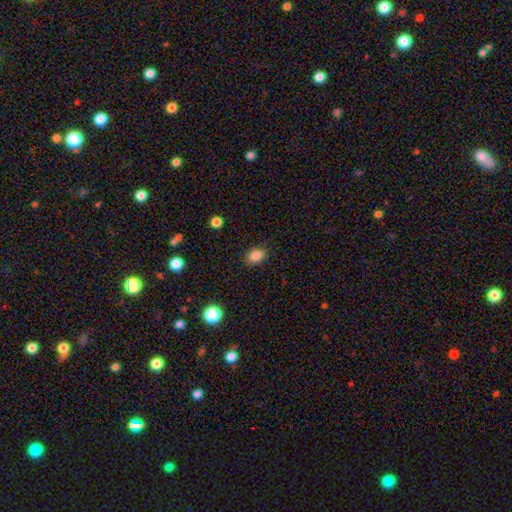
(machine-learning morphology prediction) smooth 86%, star or artifact 10%, featured or disk 4%. Down the decision tree: how rounded — in between (79%); merging — none (87%).